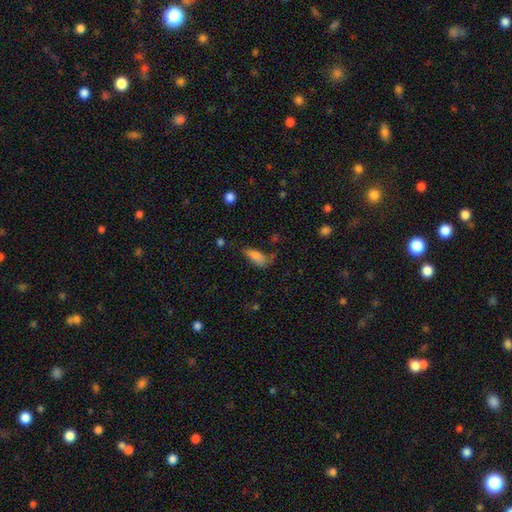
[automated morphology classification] A smooth galaxy with no disk features (81%) that is in between round and cigar-shaped (82%). Merging: none (47%).